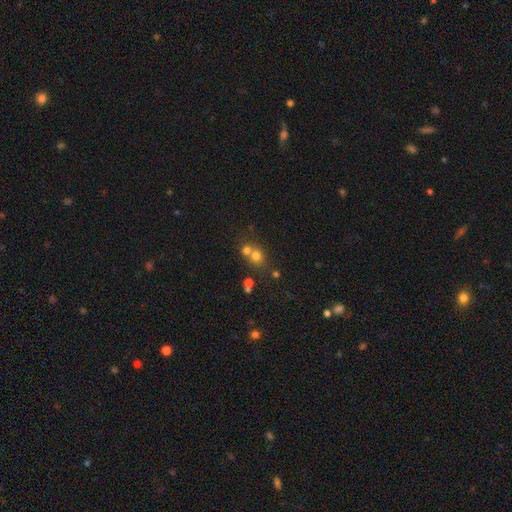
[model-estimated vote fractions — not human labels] A smooth galaxy with no disk features (69%) that is round (81%).

Vote fractions:
- Smooth or featured? smooth: 69% / star or artifact: 18% / featured or disk: 13%
- How rounded? round: 81% / in between: 18% / cigar-shaped: 1%
- Merging? merger: 47% / none: 44% / minor disturbance: 6% / major disturbance: 3%